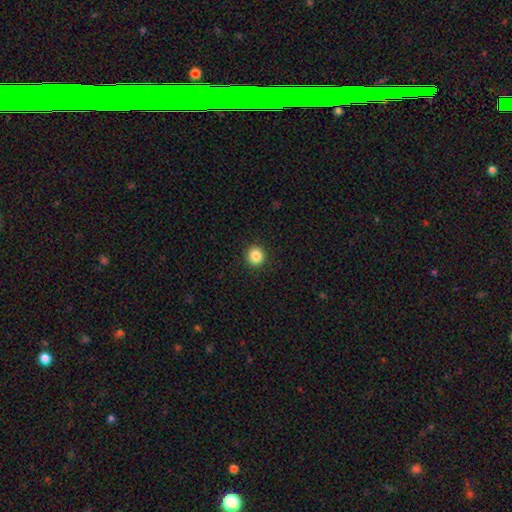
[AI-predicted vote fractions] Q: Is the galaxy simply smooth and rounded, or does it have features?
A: smooth — 86%.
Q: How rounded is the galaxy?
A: round — 91%.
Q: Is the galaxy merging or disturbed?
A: none — 92%.